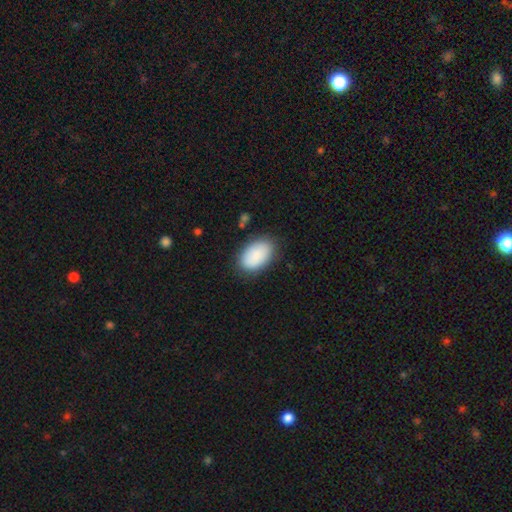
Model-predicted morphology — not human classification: Q: Smooth or featured?
A: smooth (88%); runner-up: featured or disk (6%)
Q: How rounded?
A: in between (93%); runner-up: round (6%)
Q: Merging?
A: none (82%); runner-up: minor disturbance (13%)